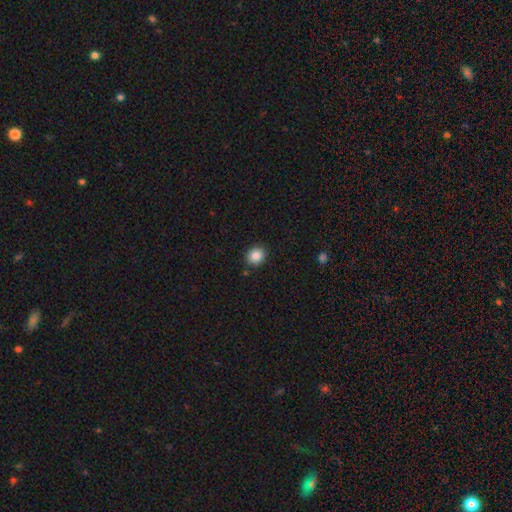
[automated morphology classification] Overall: smooth (86%). How rounded: round (68%; in between 31%). Merging: none (87%).